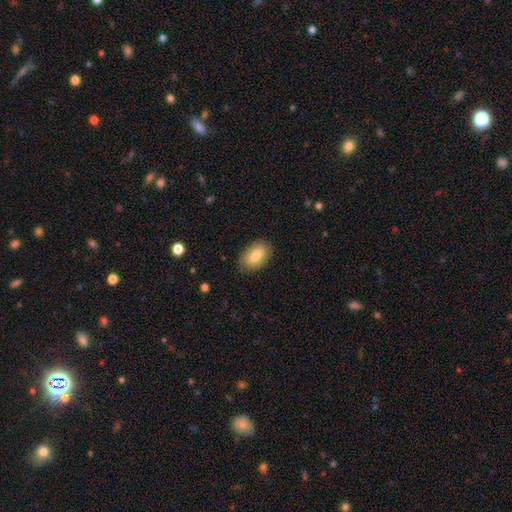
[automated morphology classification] smooth-or-featured: smooth: 80% | featured or disk: 13% | star or artifact: 7%
  how-rounded: in between: 91% | round: 6% | cigar-shaped: 2%
  merging: none: 84% | minor disturbance: 12% | major disturbance: 3% | merger: 1%